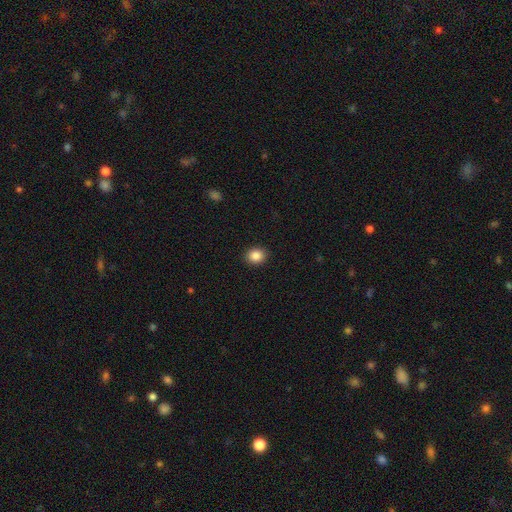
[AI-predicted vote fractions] Smooth or featured? smooth (86%)
How rounded? round (60%)
Merging? none (90%)